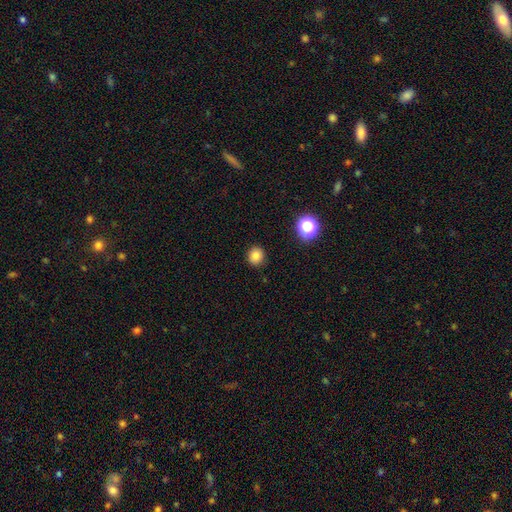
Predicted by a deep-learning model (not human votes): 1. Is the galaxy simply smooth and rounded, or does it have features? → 82% smooth, 12% star or artifact, 5% featured or disk.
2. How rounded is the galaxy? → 88% round, 11% in between, 1% cigar-shaped.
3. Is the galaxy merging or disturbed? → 91% none, 6% minor disturbance, 2% major disturbance, 1% merger.